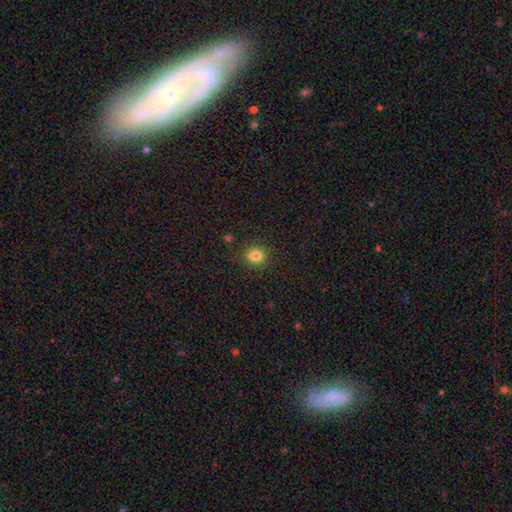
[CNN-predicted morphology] type=smooth (82%); roundness=round (68%); merging=none (85%).